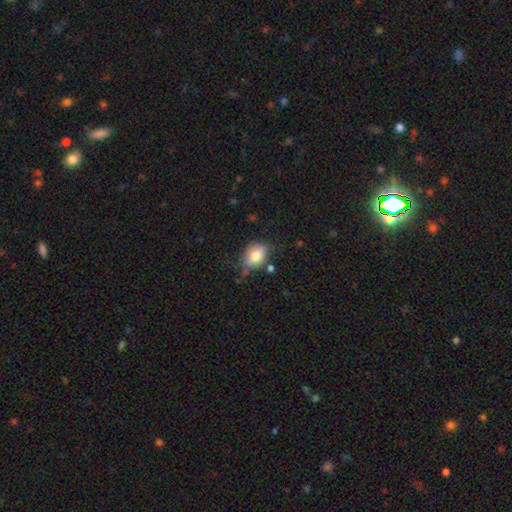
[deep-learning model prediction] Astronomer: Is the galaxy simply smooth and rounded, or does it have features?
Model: smooth — 75%.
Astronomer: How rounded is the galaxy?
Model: in between — 76%.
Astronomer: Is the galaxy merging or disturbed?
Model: none — 58%.